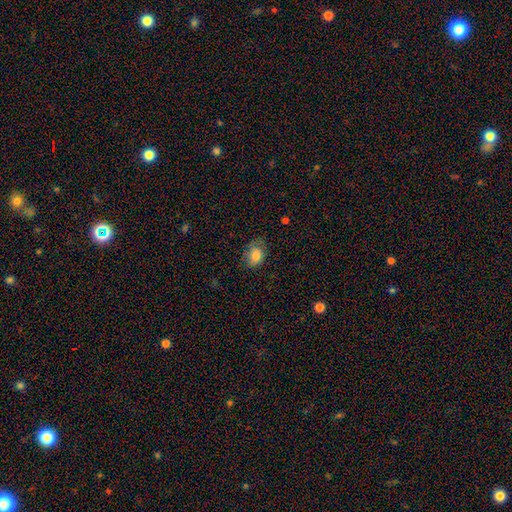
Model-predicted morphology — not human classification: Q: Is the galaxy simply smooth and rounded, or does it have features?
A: smooth — 79%.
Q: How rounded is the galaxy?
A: in between — 70%.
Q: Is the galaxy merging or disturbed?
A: none — 64%.